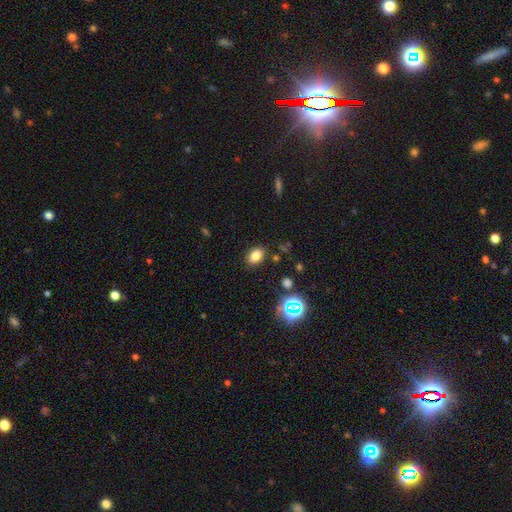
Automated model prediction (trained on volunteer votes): smooth 78%, star or artifact 15%, featured or disk 7%. Down the decision tree: how rounded — in between (74%); merging — none (86%).